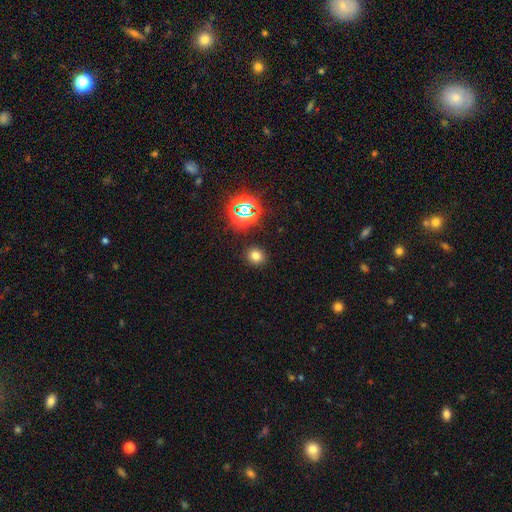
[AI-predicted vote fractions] Smooth or featured?
  - smooth: 72% *
  - star or artifact: 21%
  - featured or disk: 7%
How rounded?
  - round: 76% *
  - in between: 23%
  - cigar-shaped: 1%
Merging?
  - none: 89% *
  - minor disturbance: 7%
  - major disturbance: 3%
  - merger: 2%